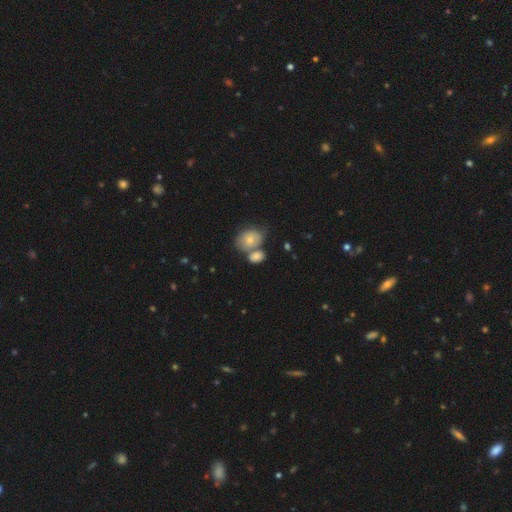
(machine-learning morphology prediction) smooth_or_featured: smooth (p=0.75) [alt: featured or disk p=0.17]
how_rounded: in between (p=0.68) [alt: round p=0.30]
merging: merger (p=0.45) [alt: none p=0.36]